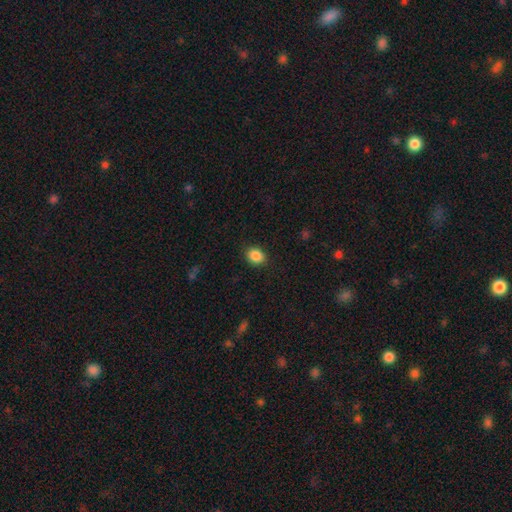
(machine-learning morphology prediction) smooth-or-featured: smooth: 88% | star or artifact: 9% | featured or disk: 4%
  how-rounded: in between: 55% | round: 44% | cigar-shaped: 1%
  merging: none: 89% | minor disturbance: 8% | major disturbance: 2% | merger: 1%